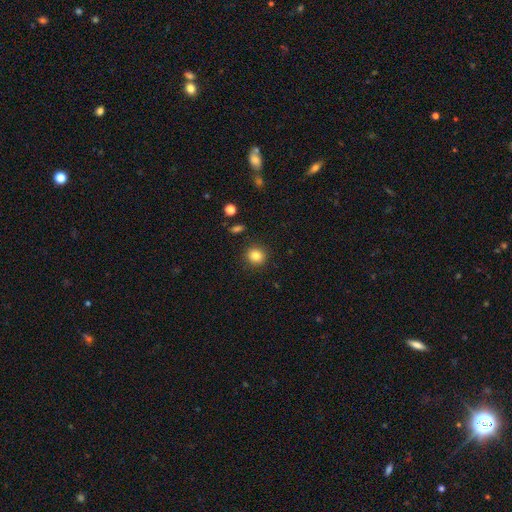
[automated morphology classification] Smooth or featured? Predicted: smooth (p=0.83). How rounded? Predicted: round (p=0.88). Merging? Predicted: none (p=0.90).